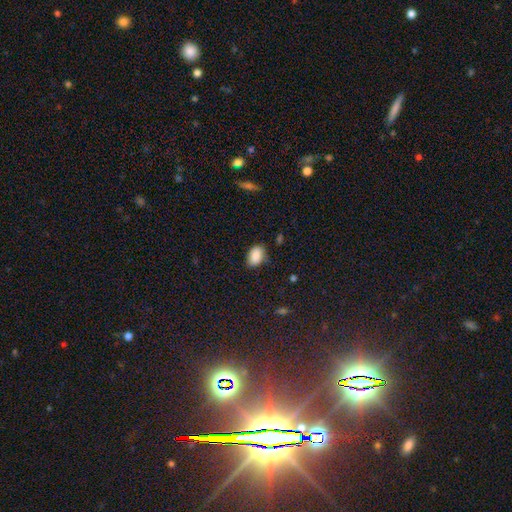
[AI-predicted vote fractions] Overall: smooth (88%). How rounded: in between (88%). Merging: none (76%).